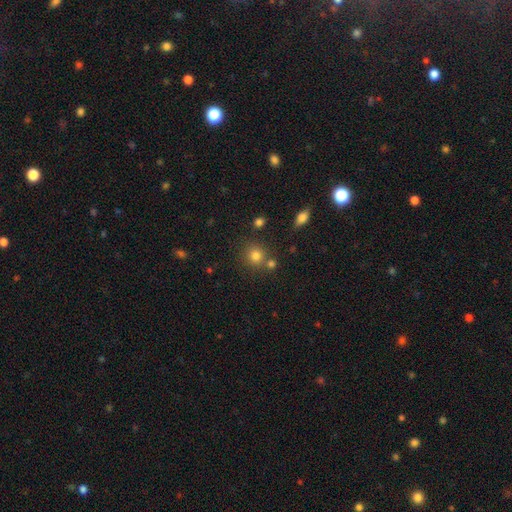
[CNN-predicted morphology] This appears to be a smooth galaxy with no disk features (79%) that is round (88%). Merging: none (71%).